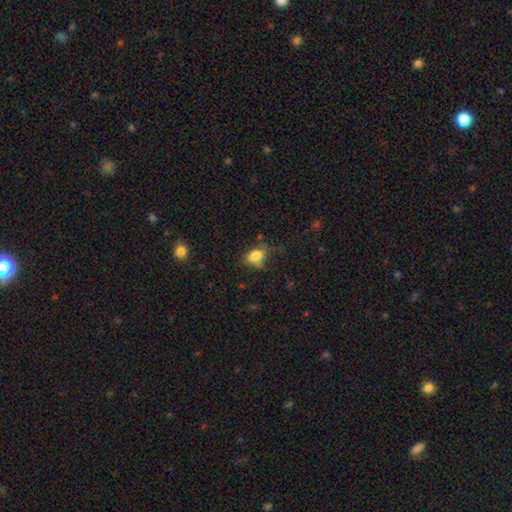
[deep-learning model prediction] smooth_or_featured: smooth (p=0.80) [alt: star or artifact p=0.10]
how_rounded: in between (p=0.78) [alt: round p=0.20]
merging: none (p=0.54) [alt: minor disturbance p=0.28]